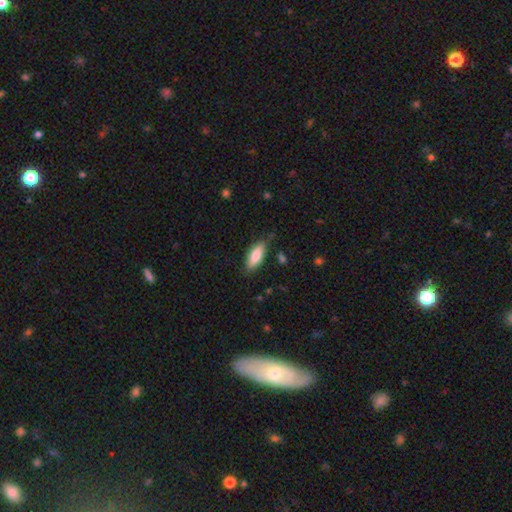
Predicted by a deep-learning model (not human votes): A smooth galaxy with no disk features (82%) that is in between round and cigar-shaped (73%). Merging: none (78%).